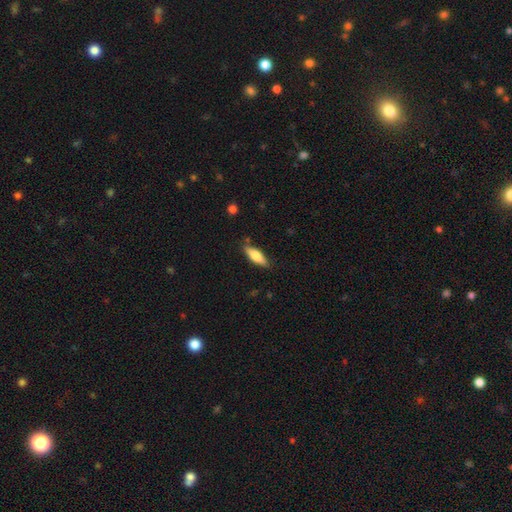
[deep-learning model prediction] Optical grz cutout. It shows a smooth galaxy with no disk features (69%) that is in between round and cigar-shaped (53%). Merging: none (80%).